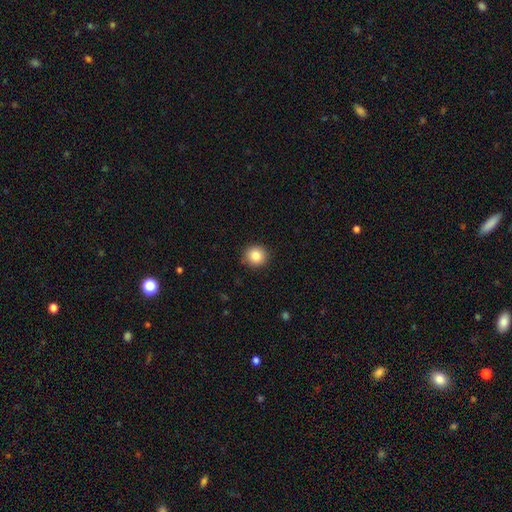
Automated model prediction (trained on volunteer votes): A smooth galaxy with no disk features (85%) that is round (92%). Merging: none (90%).